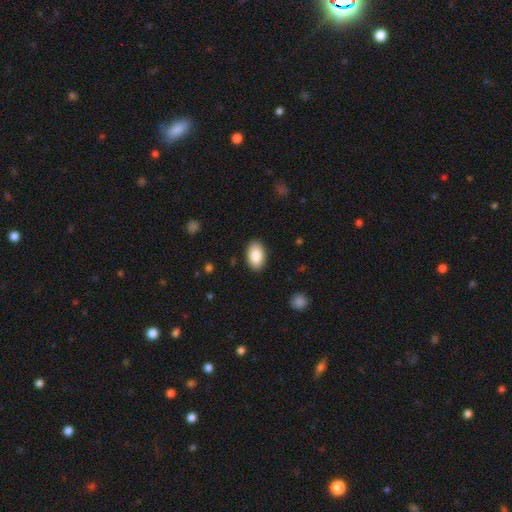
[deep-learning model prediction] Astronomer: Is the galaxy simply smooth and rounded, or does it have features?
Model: smooth — 87%.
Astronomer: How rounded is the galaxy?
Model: in between — 93%.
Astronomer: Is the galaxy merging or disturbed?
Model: none — 89%.